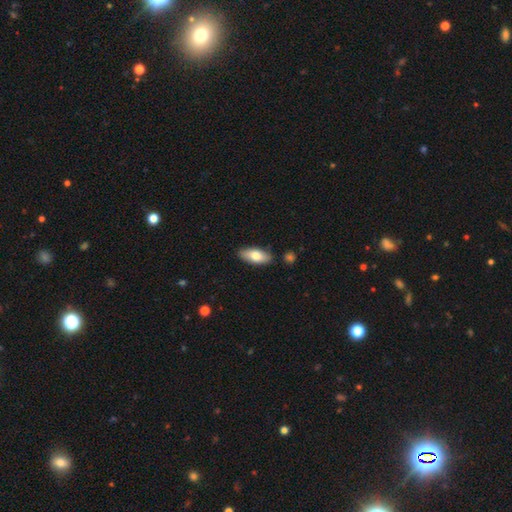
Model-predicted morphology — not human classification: This appears to be a smooth galaxy with no disk features (74%) that is in between round and cigar-shaped (84%). Merging: none (85%).